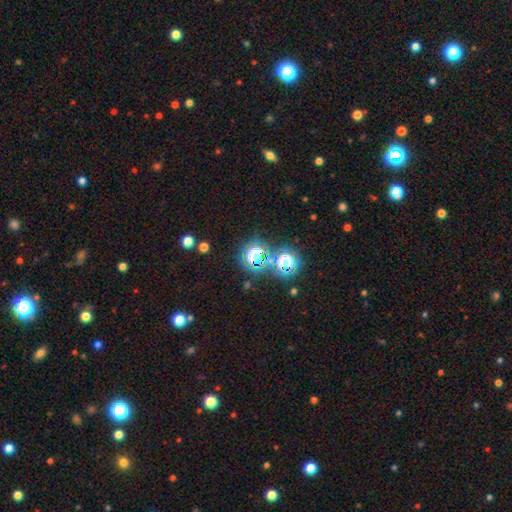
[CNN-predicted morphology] Smooth or featured: star or artifact — 65% (smooth — 26%)